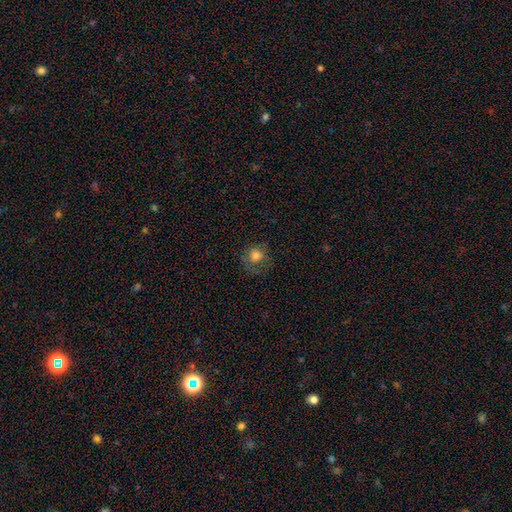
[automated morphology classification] smooth-or-featured: smooth: 74% | featured or disk: 14% | star or artifact: 13%
  how-rounded: round: 79% | in between: 20% | cigar-shaped: 1%
  merging: none: 59% | minor disturbance: 22% | major disturbance: 18% | merger: 2%